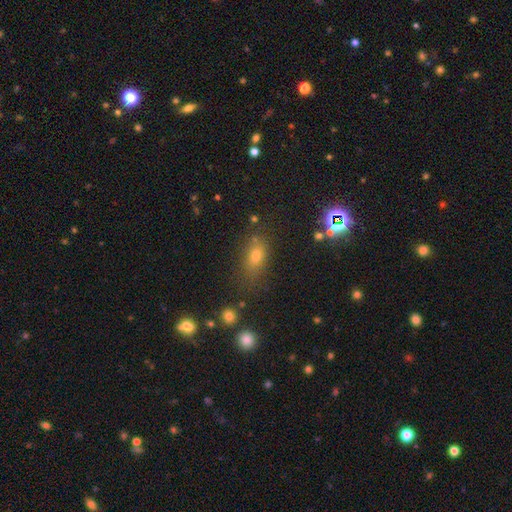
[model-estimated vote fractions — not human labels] This appears to be a smooth galaxy with no disk features (66%) that is in between round and cigar-shaped (74%). Merging: none (69%).